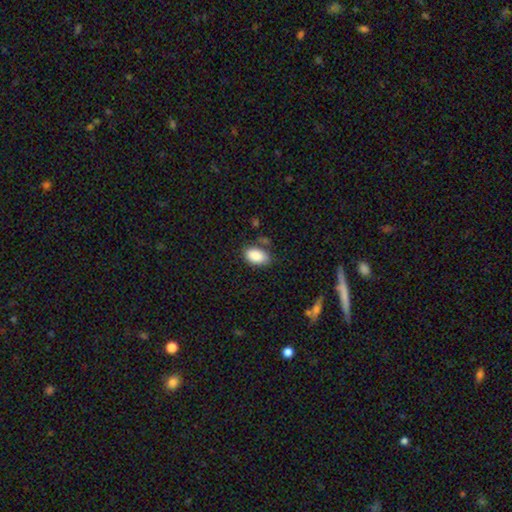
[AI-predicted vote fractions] This appears to be a smooth galaxy with no disk features (88%) that is in between round and cigar-shaped (92%). Merging: none (71%).